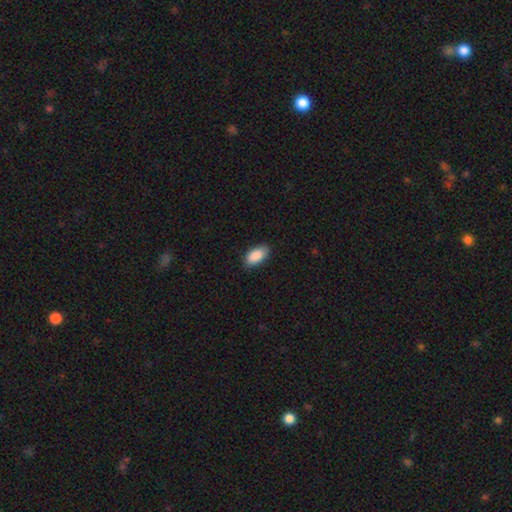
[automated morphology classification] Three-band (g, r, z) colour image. It shows a smooth galaxy with no disk features (89%) that is in between round and cigar-shaped (93%). Merging: none (86%).